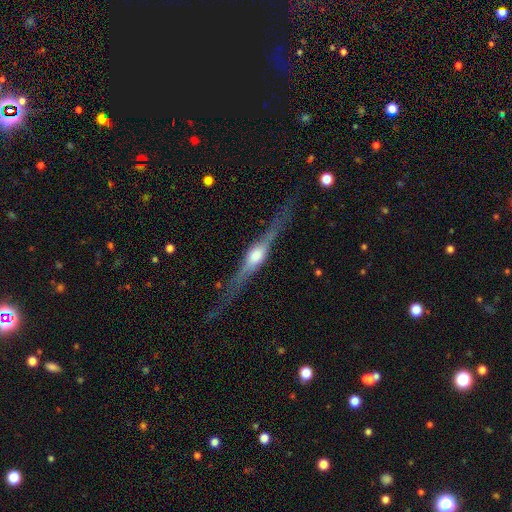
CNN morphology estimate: Overall: featured or disk (84%). Edge-on disk: yes (97%). Edge-on bulge: rounded (89%). Merging: none (82%).